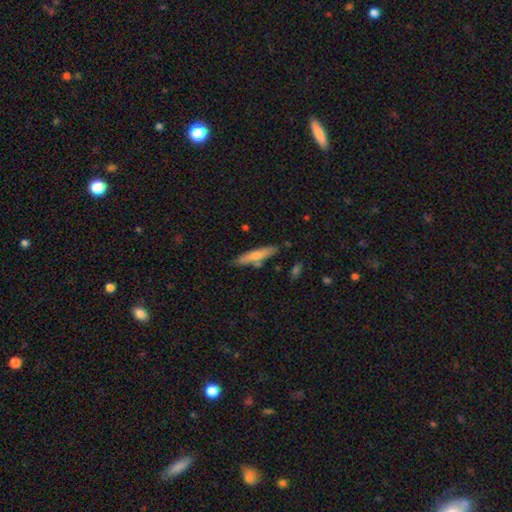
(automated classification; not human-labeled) The model was most divided on "smooth or featured": smooth: 66%, featured or disk: 29%, star or artifact: 6%. More confident: how rounded — cigar-shaped (79%); merging — none (75%).